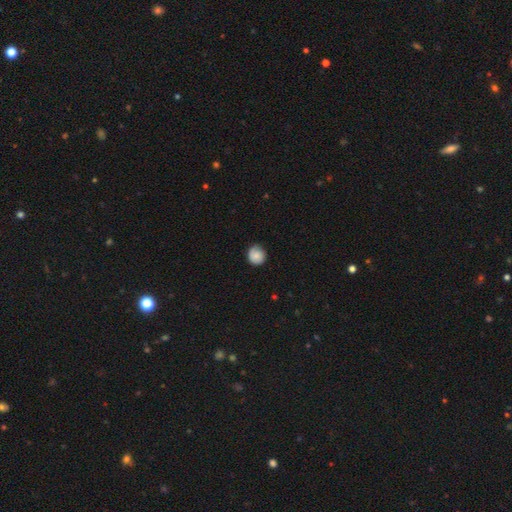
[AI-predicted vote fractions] A smooth galaxy with no disk features (80%) that is round (85%).

Vote fractions:
- Smooth or featured? smooth: 80% / featured or disk: 12% / star or artifact: 8%
- How rounded? round: 85% / in between: 14% / cigar-shaped: 1%
- Merging? none: 75% / minor disturbance: 21% / major disturbance: 4% / merger: 1%